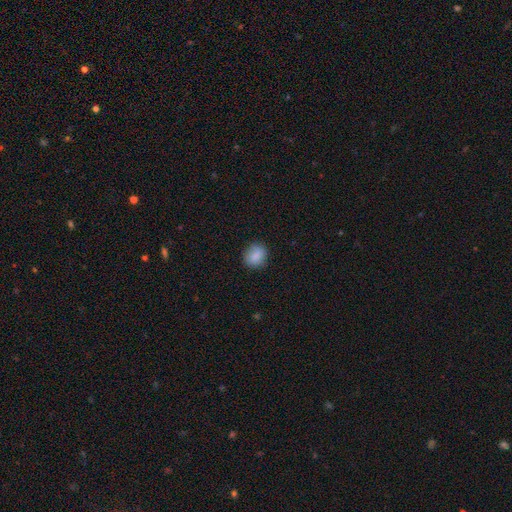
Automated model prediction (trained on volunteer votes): Q: Smooth or featured?
A: smooth (87%); runner-up: star or artifact (8%)
Q: How rounded?
A: round (68%); runner-up: in between (31%)
Q: Merging?
A: none (86%); runner-up: minor disturbance (10%)